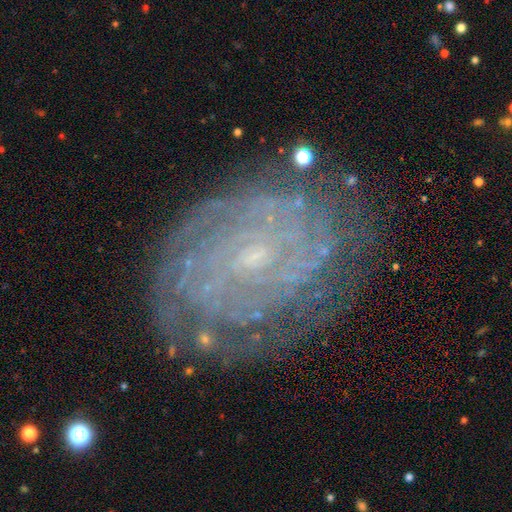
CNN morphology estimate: type=featured or disk (81%); edge-on=no (97%); bar=no (57%); spiral arms=yes (94%); winding=tight (78%); arm count=can't tell (40%); bulge=small (84%); merging=none (79%).